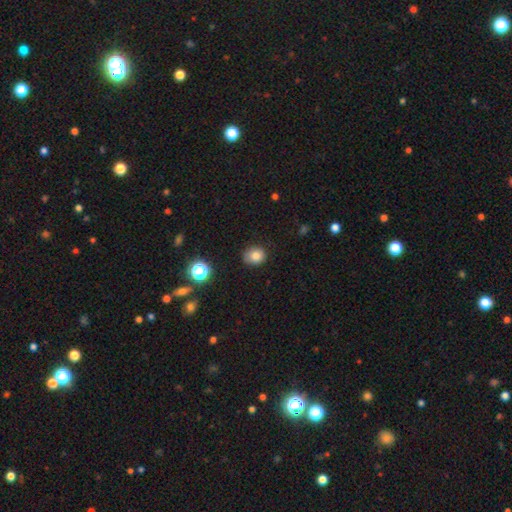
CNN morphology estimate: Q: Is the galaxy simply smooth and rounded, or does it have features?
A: smooth — 80%.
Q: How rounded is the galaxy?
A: round — 69%.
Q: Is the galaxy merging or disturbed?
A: none — 75%.